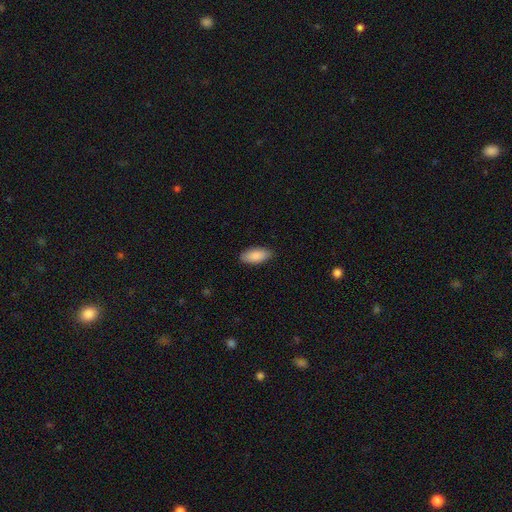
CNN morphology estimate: Smooth or featured: smooth — 89% (star or artifact — 6%)
How rounded: in between — 89% (cigar-shaped — 9%)
Merging: none — 88% (minor disturbance — 9%)